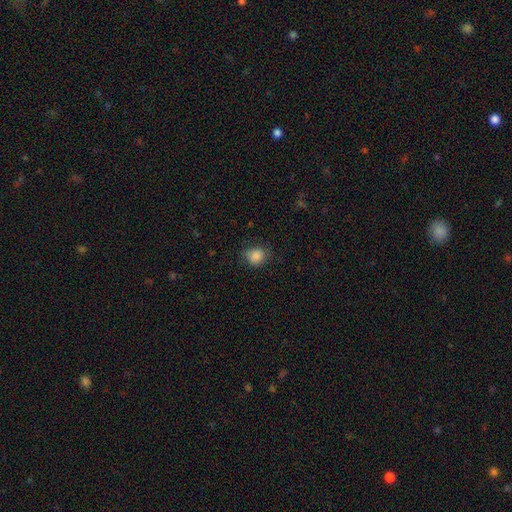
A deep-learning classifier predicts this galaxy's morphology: A smooth galaxy with no disk features (86%) that is round (68%).

Vote fractions:
- Smooth or featured? smooth: 86% / star or artifact: 10% / featured or disk: 5%
- How rounded? round: 68% / in between: 31% / cigar-shaped: 1%
- Merging? none: 70% / minor disturbance: 22% / major disturbance: 6% / merger: 1%